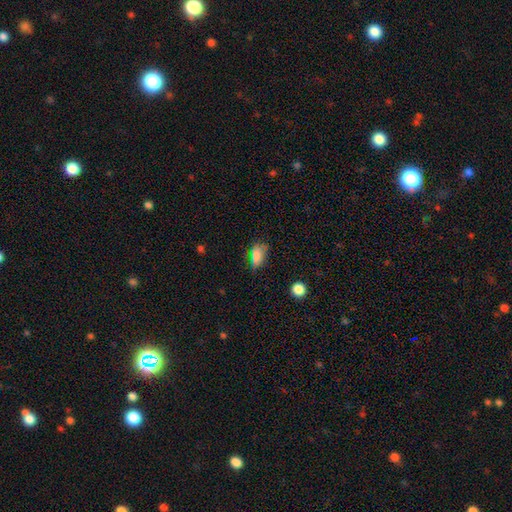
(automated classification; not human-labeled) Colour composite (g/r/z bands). It shows a smooth galaxy with no disk features (76%) that is in between round and cigar-shaped (85%). Merging: none (55%).